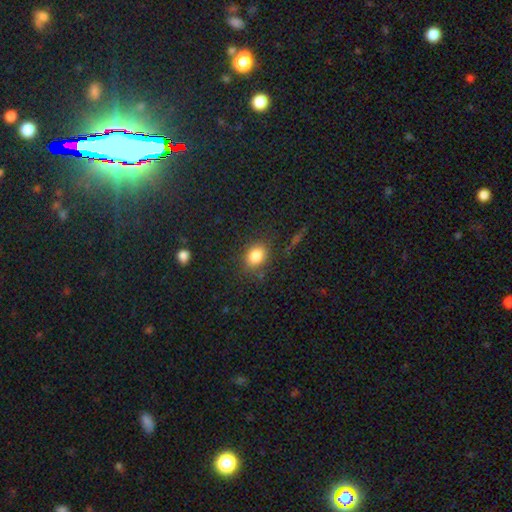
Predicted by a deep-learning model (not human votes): smooth-or-featured: smooth: 83% | star or artifact: 11% | featured or disk: 6%
  how-rounded: in between: 54% | round: 45% | cigar-shaped: 1%
  merging: none: 80% | minor disturbance: 13% | major disturbance: 4% | merger: 2%